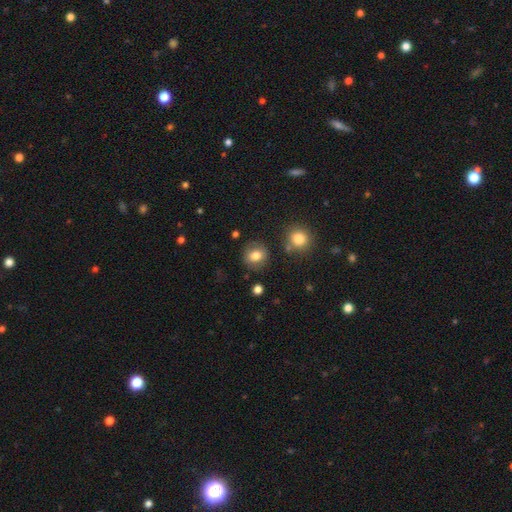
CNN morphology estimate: smooth-or-featured: smooth: 79% | star or artifact: 10% | featured or disk: 10%
  how-rounded: round: 86% | in between: 13% | cigar-shaped: 1%
  merging: none: 84% | minor disturbance: 10% | merger: 3% | major disturbance: 3%